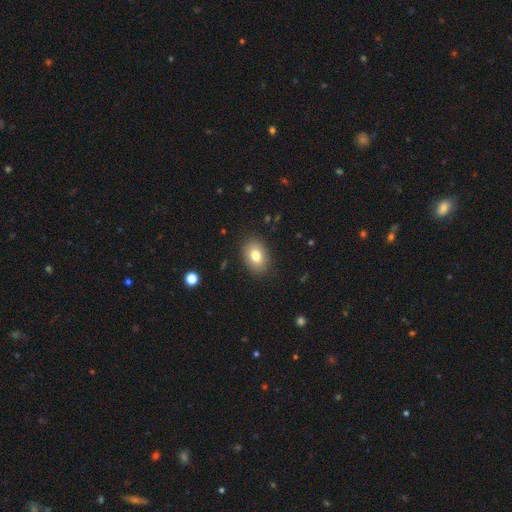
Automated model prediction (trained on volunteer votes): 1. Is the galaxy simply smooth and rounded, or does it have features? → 80% smooth, 11% featured or disk, 9% star or artifact.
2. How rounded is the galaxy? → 76% in between, 23% round, 1% cigar-shaped.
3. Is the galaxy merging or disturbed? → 88% none, 9% minor disturbance, 2% major disturbance, 1% merger.